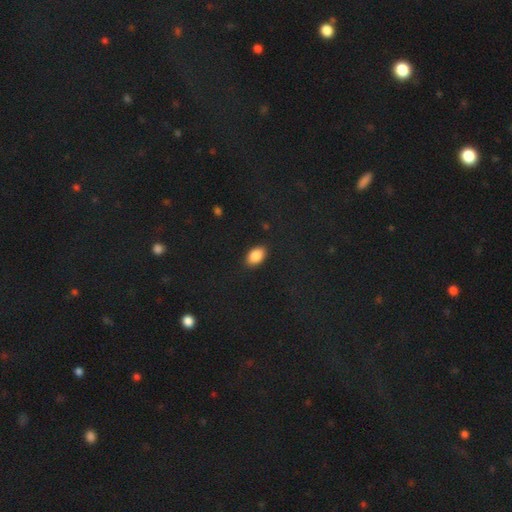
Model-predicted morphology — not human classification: smooth_or_featured: smooth (p=0.86) [alt: star or artifact p=0.08]
how_rounded: in between (p=0.90) [alt: round p=0.09]
merging: none (p=0.88) [alt: minor disturbance p=0.08]